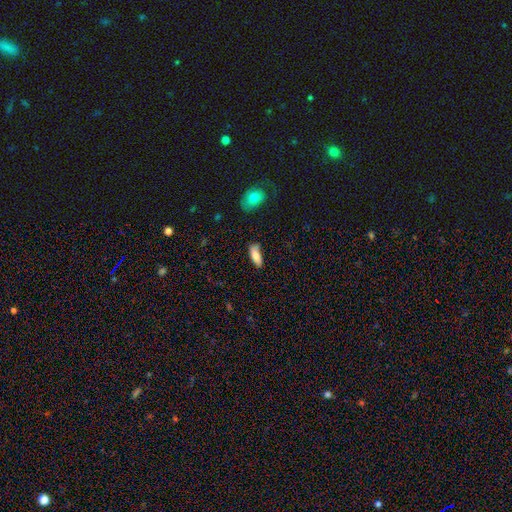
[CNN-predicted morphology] smooth-or-featured: smooth: 79% | featured or disk: 15% | star or artifact: 6%
  how-rounded: in between: 77% | cigar-shaped: 21% | round: 2%
  merging: none: 71% | minor disturbance: 22% | major disturbance: 5% | merger: 3%